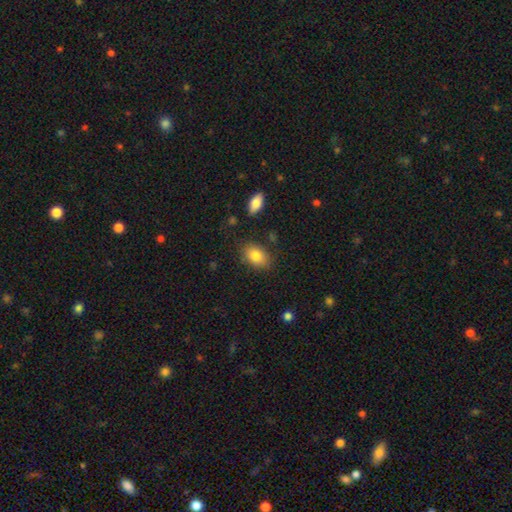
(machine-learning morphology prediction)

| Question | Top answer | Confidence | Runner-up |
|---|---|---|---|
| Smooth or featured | smooth | 83% | featured or disk (9%) |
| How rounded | in between | 84% | round (15%) |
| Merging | none | 80% | minor disturbance (14%) |